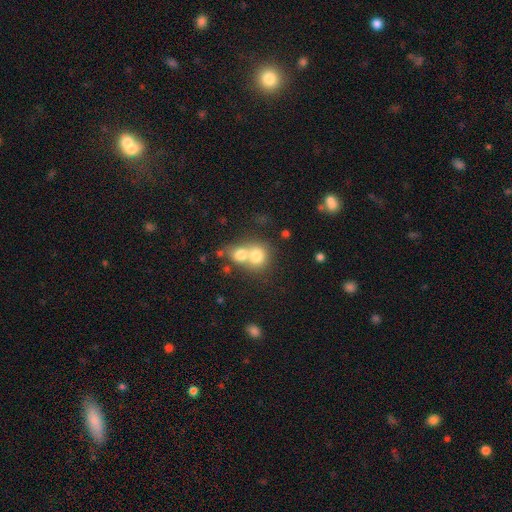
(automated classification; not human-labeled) Overall: smooth (74%). How rounded: round (75%). Merging: merger (67%).